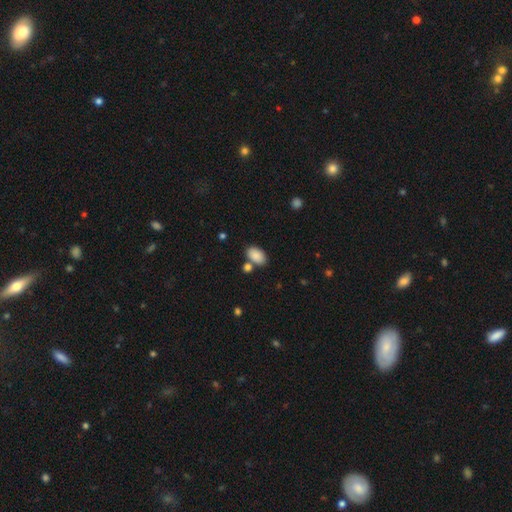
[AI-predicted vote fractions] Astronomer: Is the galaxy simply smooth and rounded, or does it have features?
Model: smooth — 88%.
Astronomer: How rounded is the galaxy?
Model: in between — 92%.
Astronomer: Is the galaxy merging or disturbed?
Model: none — 68%.